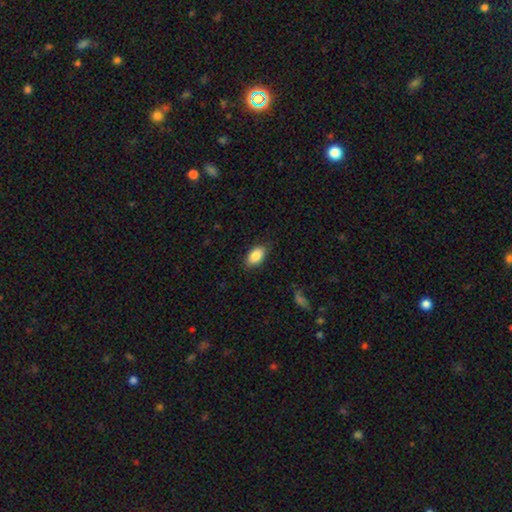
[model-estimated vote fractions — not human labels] smooth 86%, featured or disk 7%, star or artifact 7%. Down the decision tree: how rounded — in between (92%); merging — none (85%).